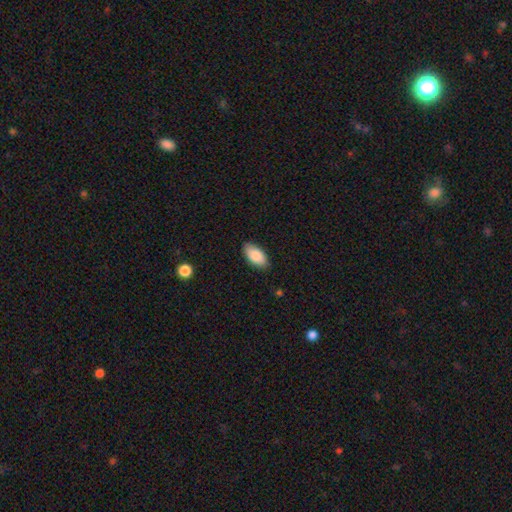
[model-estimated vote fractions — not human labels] smooth-or-featured: smooth: 86% | featured or disk: 7% | star or artifact: 6%
  how-rounded: in between: 94% | cigar-shaped: 4% | round: 2%
  merging: none: 87% | minor disturbance: 10% | major disturbance: 2% | merger: 1%